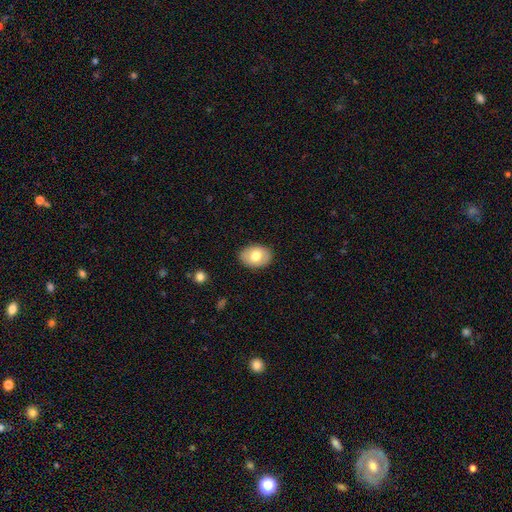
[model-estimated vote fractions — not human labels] Smooth or featured? Predicted: smooth (p=0.72). How rounded? Predicted: in between (p=0.75). Merging? Predicted: none (p=0.87).